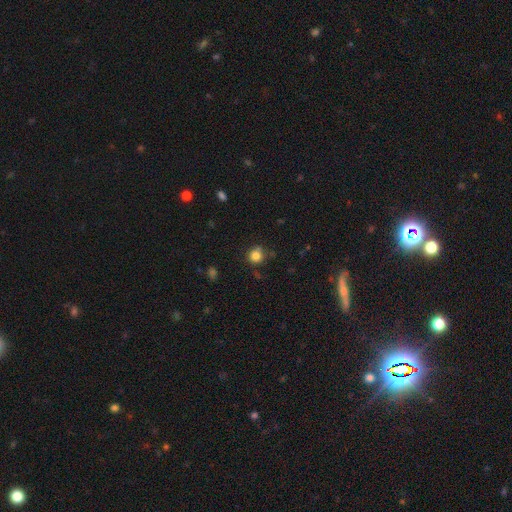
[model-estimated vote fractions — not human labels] Smooth or featured: smooth — 82% (star or artifact — 12%)
How rounded: round — 90% (in between — 9%)
Merging: none — 77% (minor disturbance — 15%)